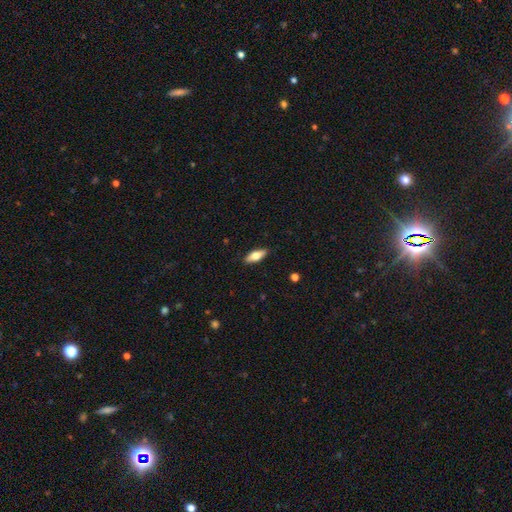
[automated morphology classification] The model was most divided on "smooth or featured": smooth: 67%, featured or disk: 27%, star or artifact: 6%. More confident: merging — none (89%); how rounded — in between (70%).